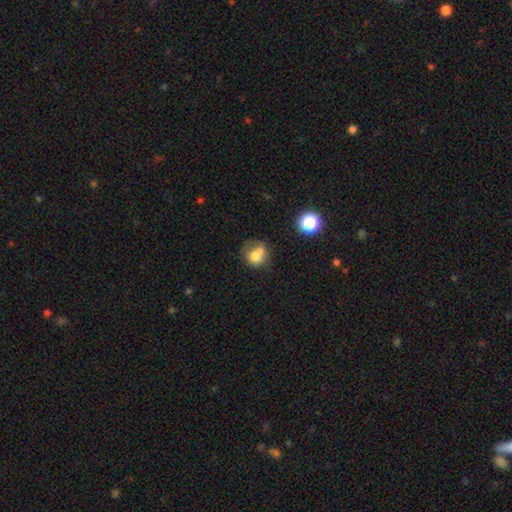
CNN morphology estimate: smooth-or-featured: smooth: 69% | featured or disk: 19% | star or artifact: 12%
  how-rounded: round: 72% | in between: 27% | cigar-shaped: 1%
  merging: none: 37% | merger: 29% | minor disturbance: 21% | major disturbance: 14%